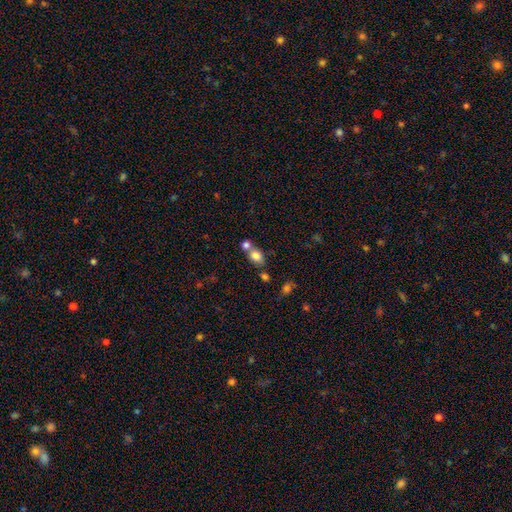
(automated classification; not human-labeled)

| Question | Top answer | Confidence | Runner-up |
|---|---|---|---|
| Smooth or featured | smooth | 80% | star or artifact (10%) |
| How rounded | in between | 62% | round (36%) |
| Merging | none | 47% | merger (39%) |